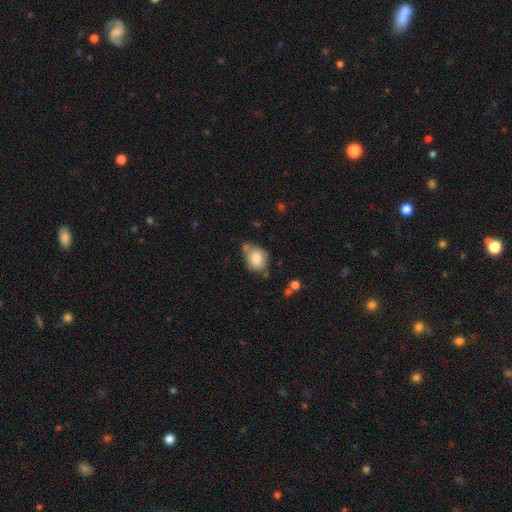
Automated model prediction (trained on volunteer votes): Smooth or featured: smooth — 78% (featured or disk — 13%)
How rounded: in between — 52% (round — 47%)
Merging: none — 55% (minor disturbance — 26%)